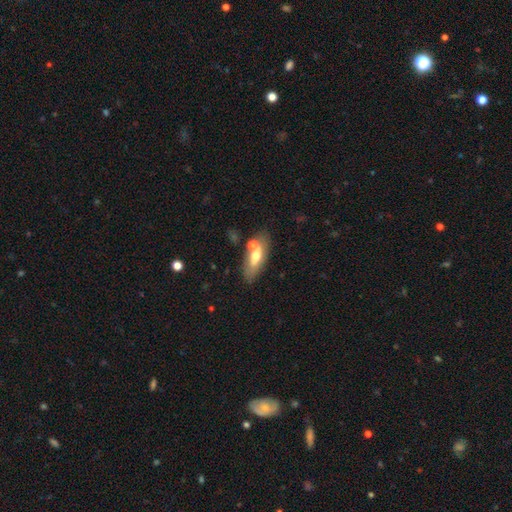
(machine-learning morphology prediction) type=smooth (55%); roundness=in between (76%); merging=none (63%).